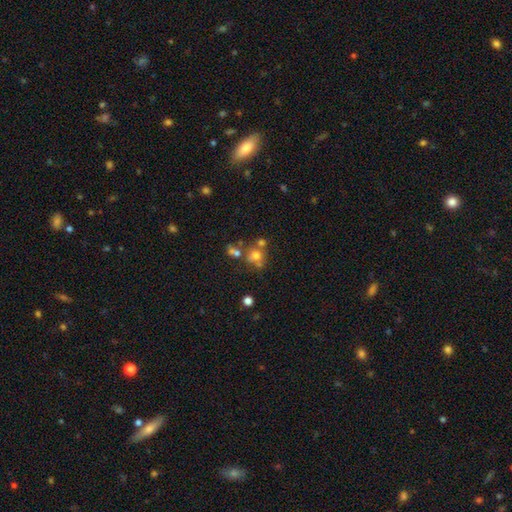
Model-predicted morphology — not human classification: Overall: smooth (63%). How rounded: round (78%). Merging: none (46%; merger 35%).